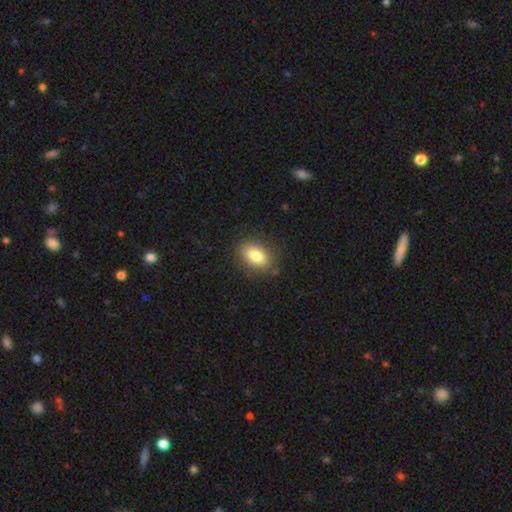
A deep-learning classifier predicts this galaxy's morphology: Smooth or featured?
  - smooth: 81% *
  - featured or disk: 11%
  - star or artifact: 9%
How rounded?
  - in between: 83% *
  - round: 15%
  - cigar-shaped: 2%
Merging?
  - none: 84% *
  - minor disturbance: 11%
  - major disturbance: 3%
  - merger: 1%